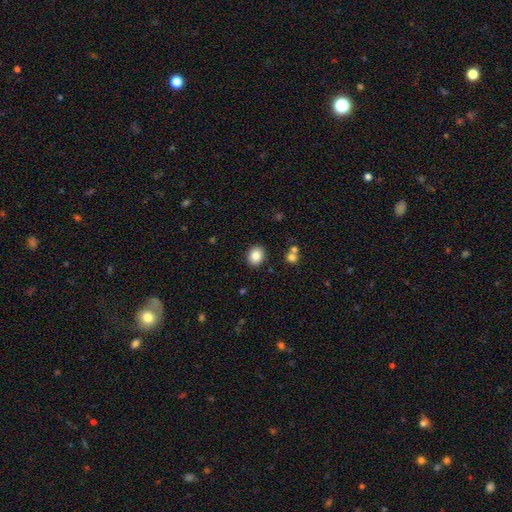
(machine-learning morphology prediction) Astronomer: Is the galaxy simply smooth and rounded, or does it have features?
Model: smooth — 85%.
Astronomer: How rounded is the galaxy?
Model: round — 52% (runner-up: in between, 47%).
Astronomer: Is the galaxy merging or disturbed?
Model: none — 88%.